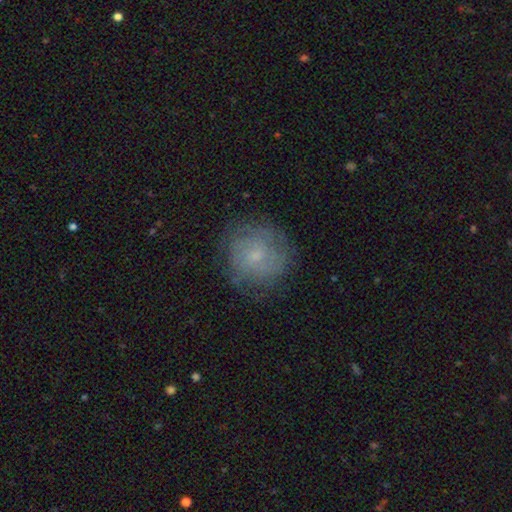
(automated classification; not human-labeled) Smooth or featured?
  - smooth: 53% *
  - featured or disk: 37%
  - star or artifact: 10%
How rounded?
  - round: 91% *
  - in between: 8%
  - cigar-shaped: 1%
Merging?
  - none: 77% *
  - minor disturbance: 16%
  - major disturbance: 6%
  - merger: 1%